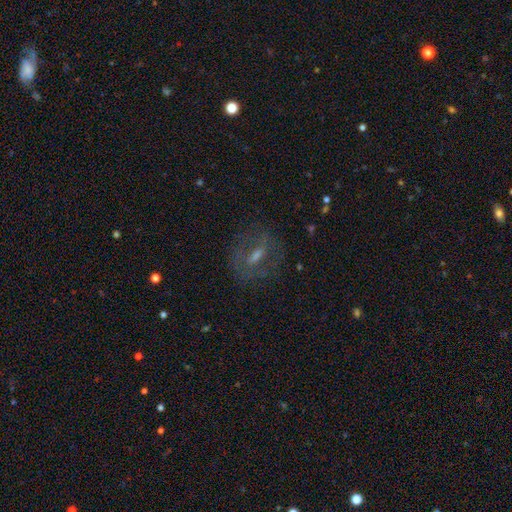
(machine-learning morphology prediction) Smooth or featured? Predicted: featured or disk (p=0.56). Edge-on disk? Predicted: no (p=0.84). Merging? Predicted: none (p=0.73).